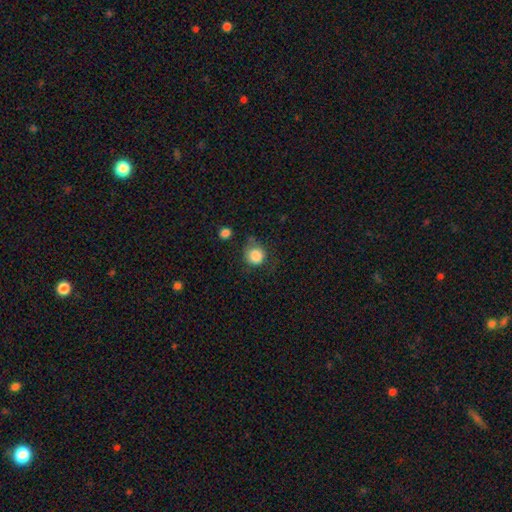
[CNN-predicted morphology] A smooth galaxy with no disk features (85%) that is round (85%).

Vote fractions:
- Smooth or featured? smooth: 85% / star or artifact: 9% / featured or disk: 6%
- How rounded? round: 85% / in between: 14% / cigar-shaped: 1%
- Merging? none: 56% / minor disturbance: 27% / major disturbance: 12% / merger: 5%